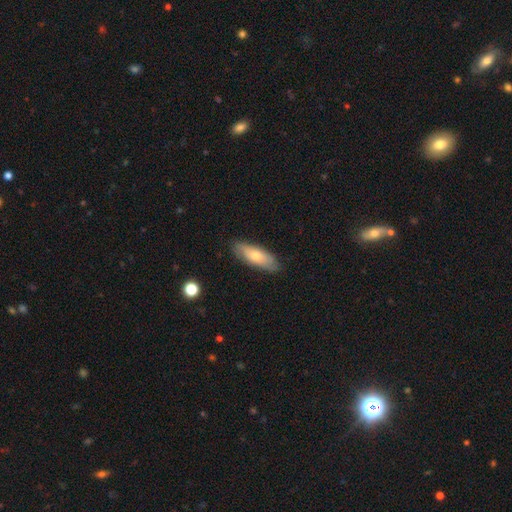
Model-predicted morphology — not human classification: Smooth or featured? smooth (64%)
How rounded? in between (62%)
Merging? none (83%)